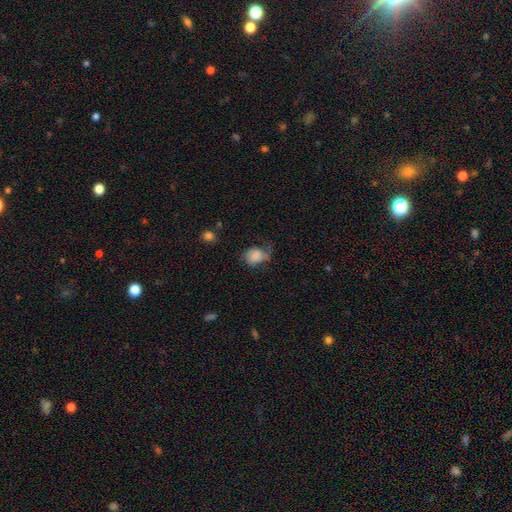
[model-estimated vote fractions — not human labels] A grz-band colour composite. It shows a smooth galaxy with no disk features (64%) that is in between round and cigar-shaped (65%). Merging: none (36%).